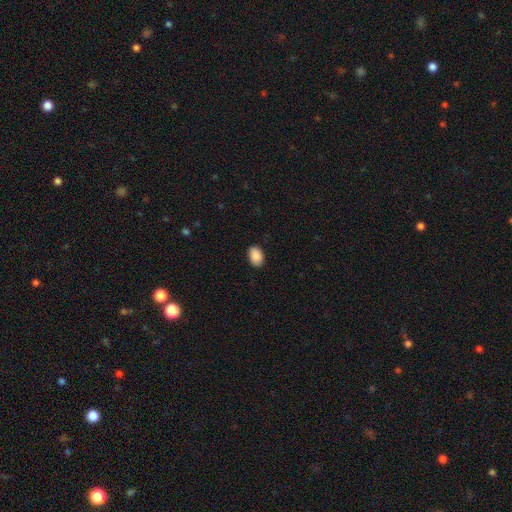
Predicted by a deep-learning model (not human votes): Overall: smooth (90%). How rounded: in between (87%). Merging: none (89%).